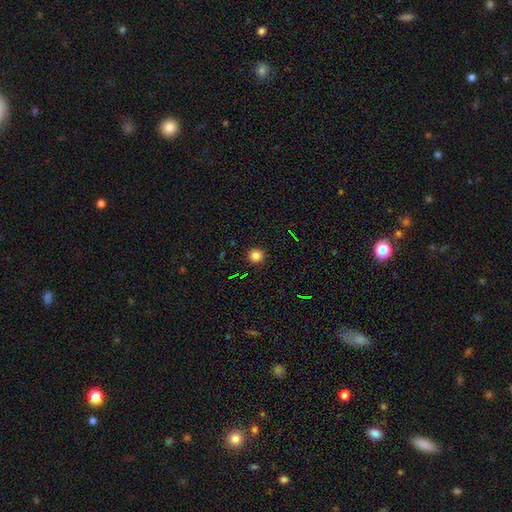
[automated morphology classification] smooth-or-featured: smooth: 81% | star or artifact: 14% | featured or disk: 5%
  how-rounded: round: 95% | in between: 4% | cigar-shaped: 1%
  merging: none: 93% | minor disturbance: 4% | major disturbance: 2% | merger: 1%